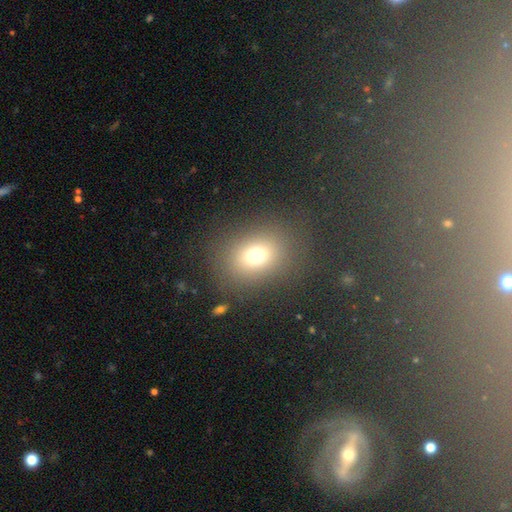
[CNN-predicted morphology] Smooth or featured?
  - smooth: 72% *
  - star or artifact: 17%
  - featured or disk: 11%
How rounded?
  - round: 52% *
  - in between: 47%
  - cigar-shaped: 1%
Merging?
  - none: 80% *
  - minor disturbance: 10%
  - major disturbance: 8%
  - merger: 3%